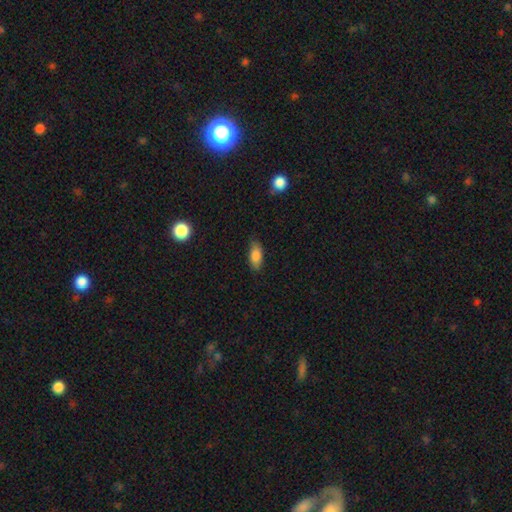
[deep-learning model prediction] A smooth galaxy with no disk features (84%) that is in between round and cigar-shaped (84%). Merging: none (79%).